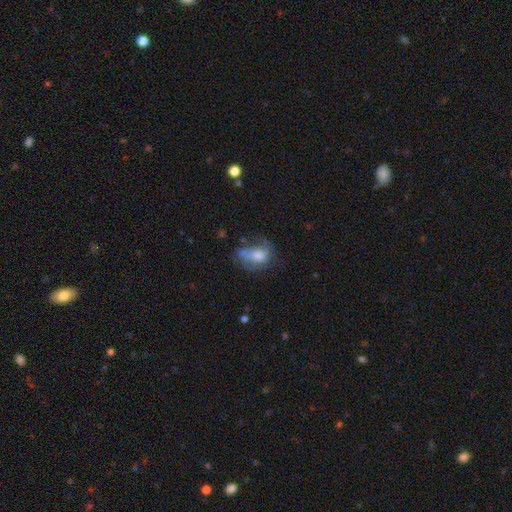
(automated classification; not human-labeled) Q: Smooth or featured?
A: smooth (53%); runner-up: featured or disk (37%)
Q: How rounded?
A: in between (77%); runner-up: round (20%)
Q: Merging?
A: none (34%); runner-up: major disturbance (33%)